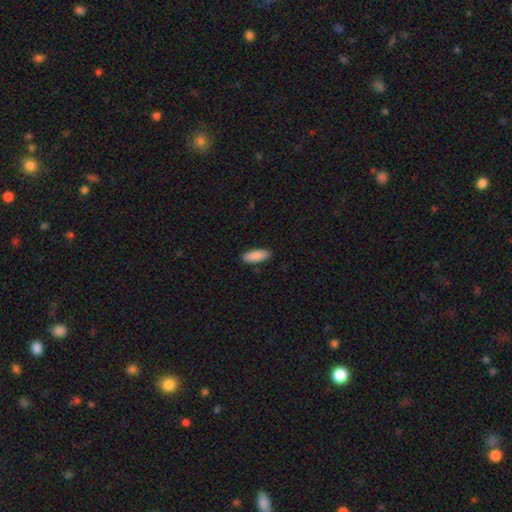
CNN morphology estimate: Smooth or featured: smooth — 90% (star or artifact — 6%)
How rounded: in between — 69% (cigar-shaped — 29%)
Merging: none — 89% (minor disturbance — 9%)